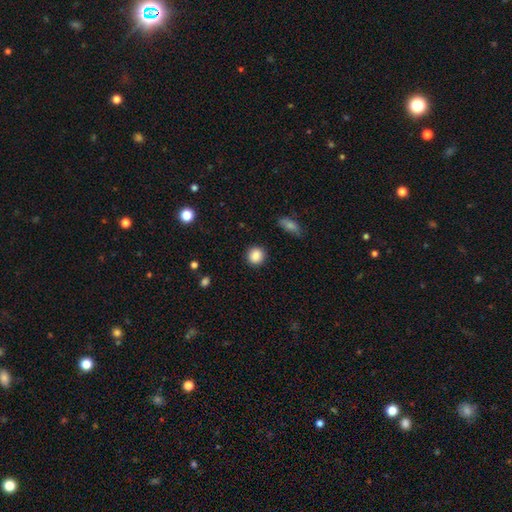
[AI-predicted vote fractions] Smooth or featured? smooth (88%)
How rounded? round (88%)
Merging? none (90%)